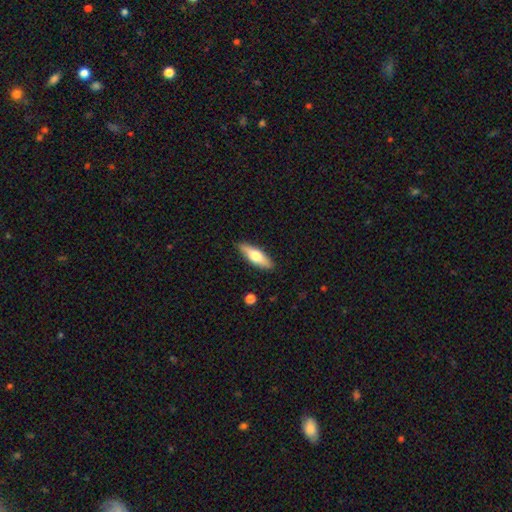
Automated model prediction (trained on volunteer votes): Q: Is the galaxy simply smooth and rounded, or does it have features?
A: smooth — 61%.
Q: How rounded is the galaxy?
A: in between — 51%.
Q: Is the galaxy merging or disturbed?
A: none — 88%.